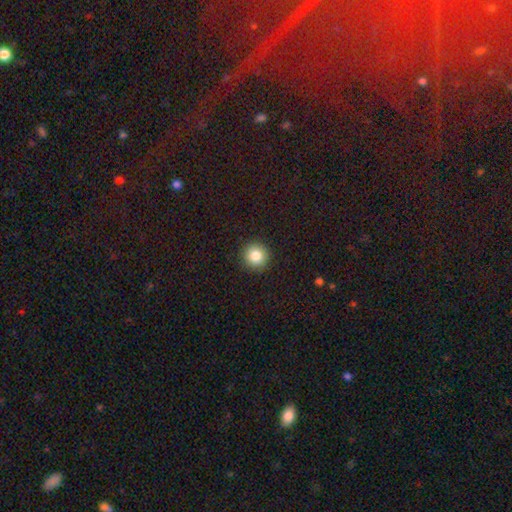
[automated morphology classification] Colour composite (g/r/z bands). It shows a smooth galaxy with no disk features (84%) that is round (94%). Merging: none (92%).